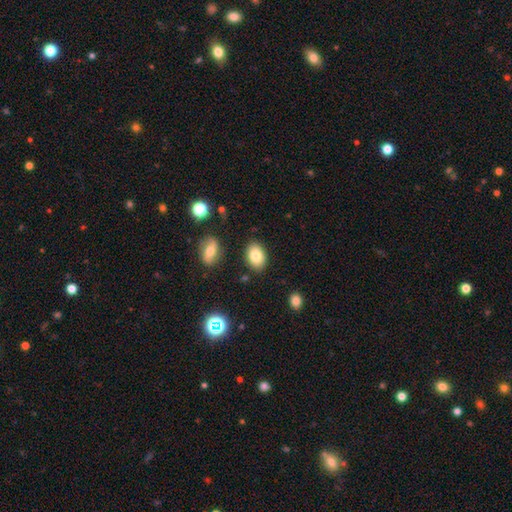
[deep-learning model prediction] smooth-or-featured: smooth: 82% | featured or disk: 9% | star or artifact: 8%
  how-rounded: in between: 86% | round: 13% | cigar-shaped: 1%
  merging: none: 85% | minor disturbance: 10% | merger: 3% | major disturbance: 2%